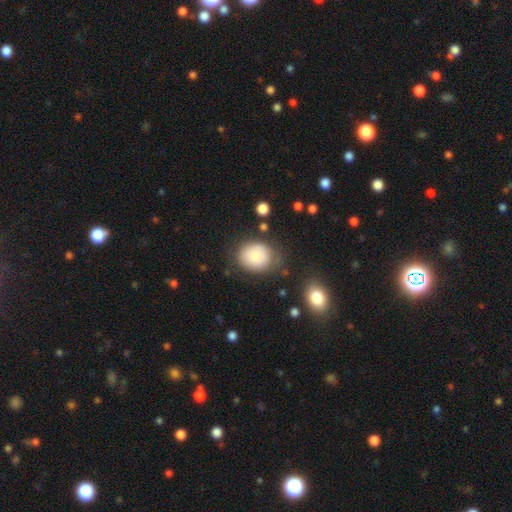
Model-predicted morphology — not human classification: Overall: smooth (82%). How rounded: round (60%; in between 39%). Merging: none (71%).